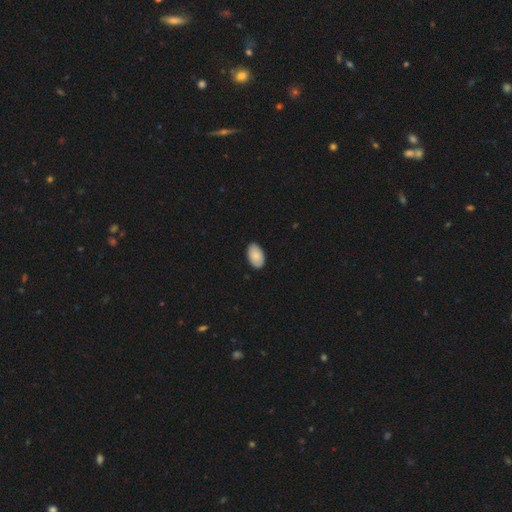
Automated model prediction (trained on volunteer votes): Smooth or featured?
  - smooth: 87% *
  - featured or disk: 7%
  - star or artifact: 6%
How rounded?
  - in between: 94% *
  - round: 5%
  - cigar-shaped: 1%
Merging?
  - none: 88% *
  - minor disturbance: 9%
  - major disturbance: 2%
  - merger: 1%